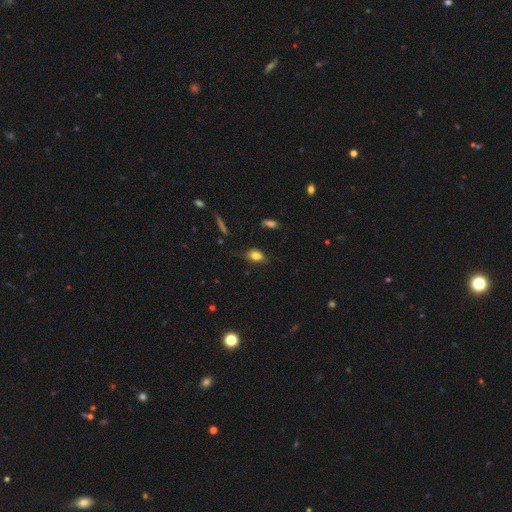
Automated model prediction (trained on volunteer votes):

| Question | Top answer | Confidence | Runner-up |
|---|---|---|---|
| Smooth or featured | smooth | 82% | star or artifact (10%) |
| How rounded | in between | 78% | round (20%) |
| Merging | none | 73% | minor disturbance (20%) |